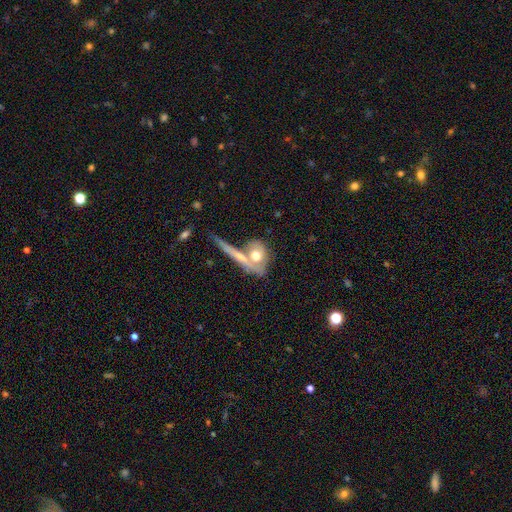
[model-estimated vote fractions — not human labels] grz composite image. It shows a smooth galaxy with no disk features (60%) that is round (47%). Merging: none (39%, tied with merger).